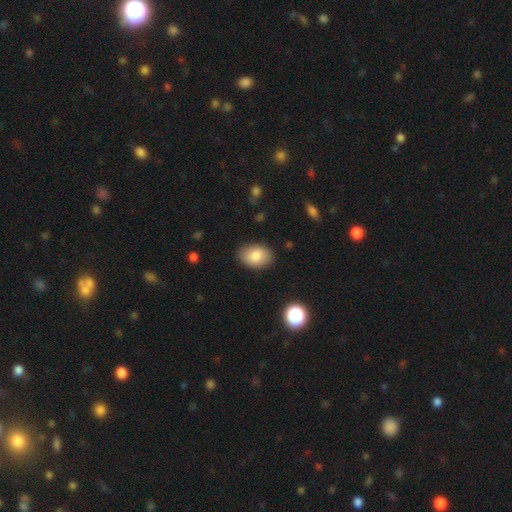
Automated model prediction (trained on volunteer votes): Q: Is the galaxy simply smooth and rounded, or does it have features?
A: smooth — 85%.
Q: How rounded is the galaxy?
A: in between — 83%.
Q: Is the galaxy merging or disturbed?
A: none — 85%.